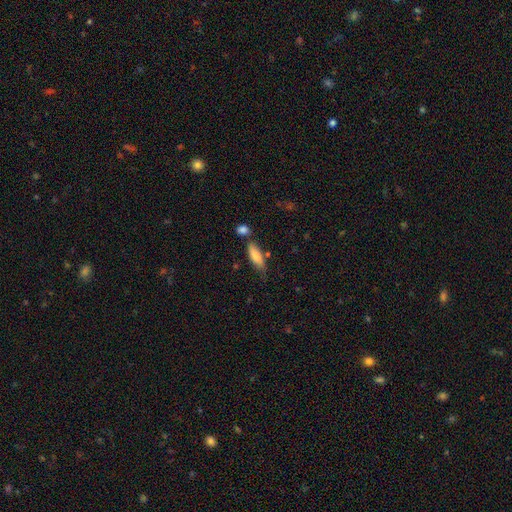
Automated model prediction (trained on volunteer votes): smooth 81%, featured or disk 13%, star or artifact 6%. Down the decision tree: how rounded — in between (61%); merging — none (58%).